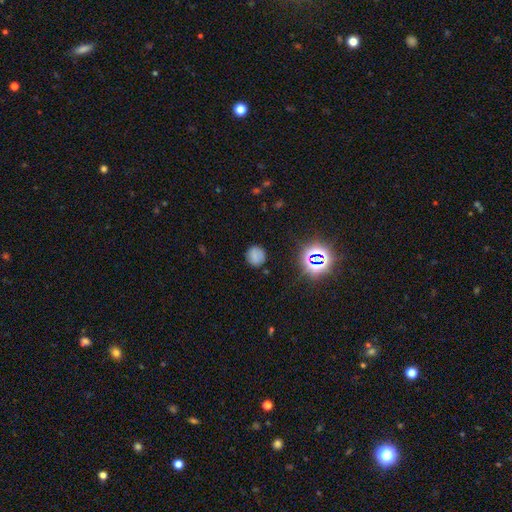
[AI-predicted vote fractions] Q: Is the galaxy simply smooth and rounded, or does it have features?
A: smooth — 70%.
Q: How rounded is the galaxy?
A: round — 86%.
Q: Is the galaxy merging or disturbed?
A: none — 82%.